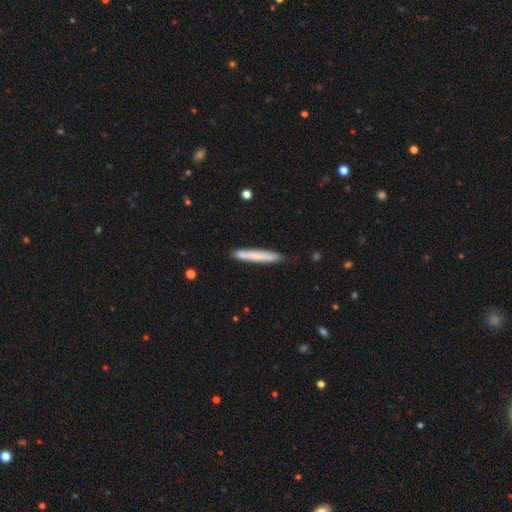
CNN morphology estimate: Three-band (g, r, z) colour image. It shows a smooth galaxy with no disk features (72%) that is cigar-shaped (96%). Merging: none (84%).